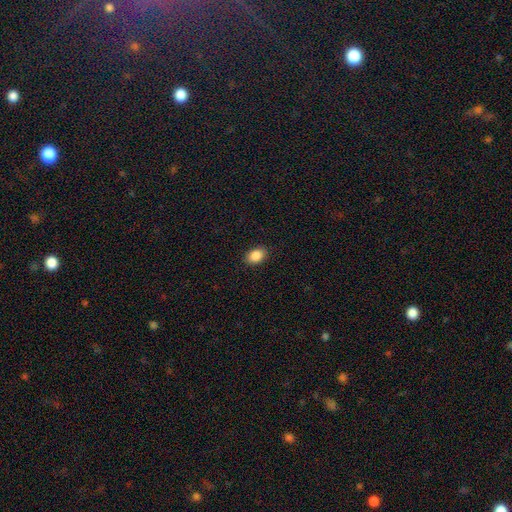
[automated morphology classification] type=smooth (88%); roundness=in between (78%); merging=none (89%).